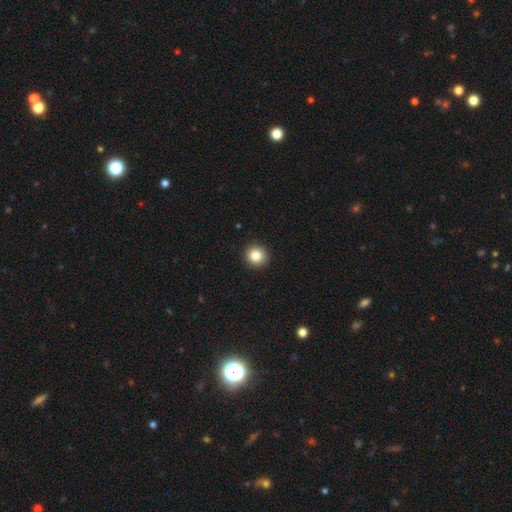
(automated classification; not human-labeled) smooth_or_featured: smooth (p=0.85) [alt: star or artifact p=0.10]
how_rounded: round (p=0.92) [alt: in between p=0.07]
merging: none (p=0.92) [alt: minor disturbance p=0.05]